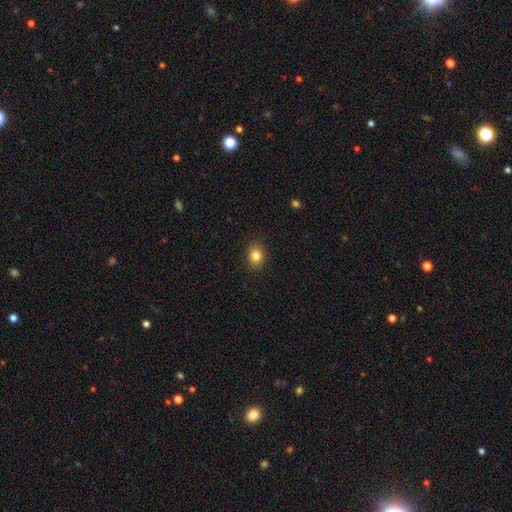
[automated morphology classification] This is clearly a smooth galaxy (83%). How rounded: possibly in between (51%). Merging: clearly none (89%).